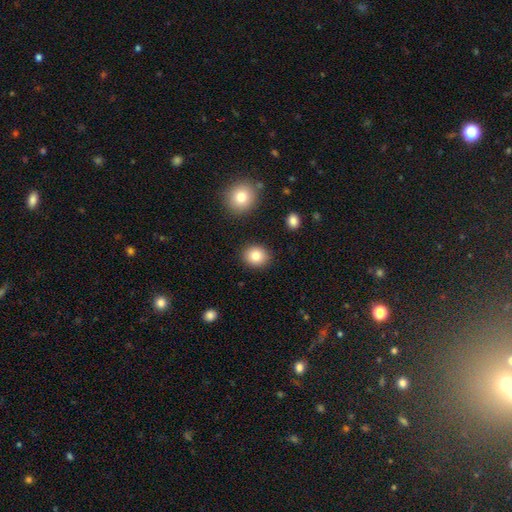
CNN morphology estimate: smooth 84%, star or artifact 9%, featured or disk 7%. Down the decision tree: how rounded — round (70%); merging — none (88%).